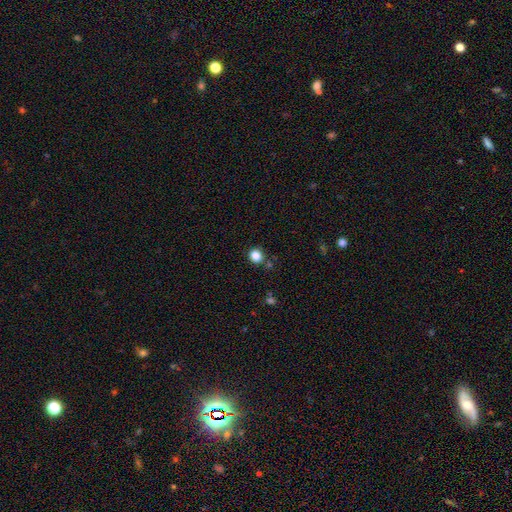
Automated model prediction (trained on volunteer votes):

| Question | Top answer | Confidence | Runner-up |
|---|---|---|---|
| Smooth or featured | smooth | 85% | star or artifact (11%) |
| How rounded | round | 72% | in between (28%) |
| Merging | none | 81% | minor disturbance (10%) |